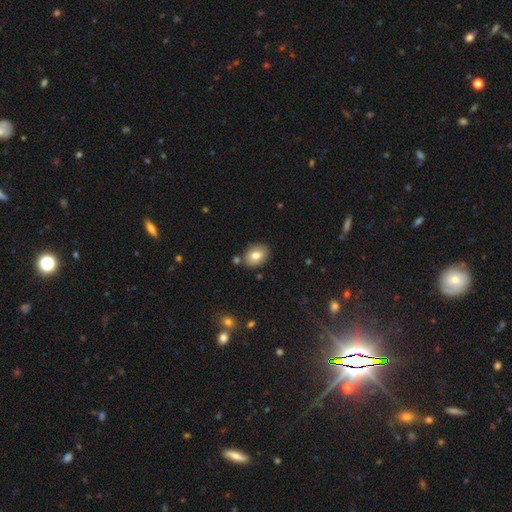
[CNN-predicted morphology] Smooth or featured? Predicted: smooth (p=0.78). How rounded? Predicted: in between (p=0.67). Merging? Predicted: none (p=0.80).